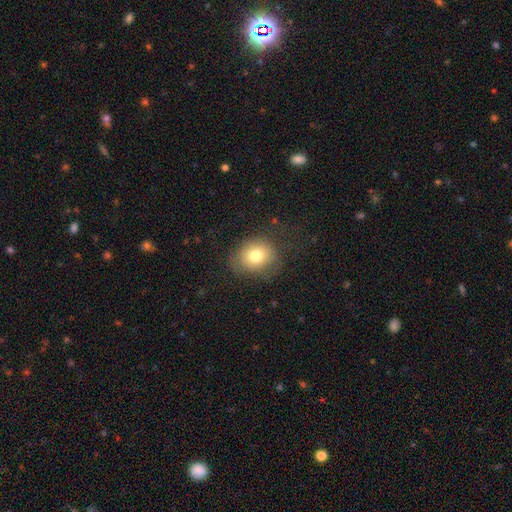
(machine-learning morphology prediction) Smooth or featured: smooth — 75% (featured or disk — 13%)
How rounded: round — 69% (in between — 30%)
Merging: none — 70% (minor disturbance — 18%)